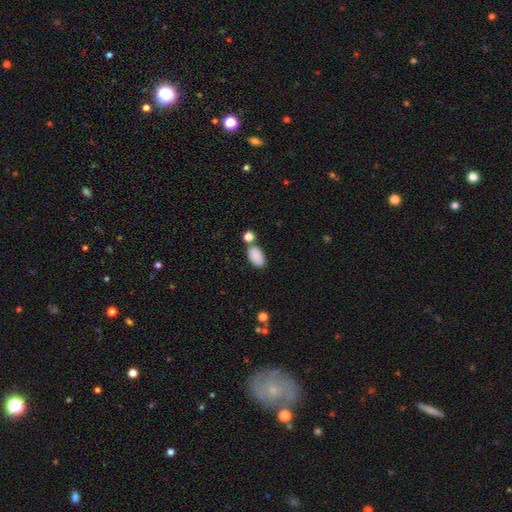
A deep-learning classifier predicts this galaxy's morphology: smooth 88%, star or artifact 8%, featured or disk 5%. Down the decision tree: how rounded — in between (93%); merging — none (63%).